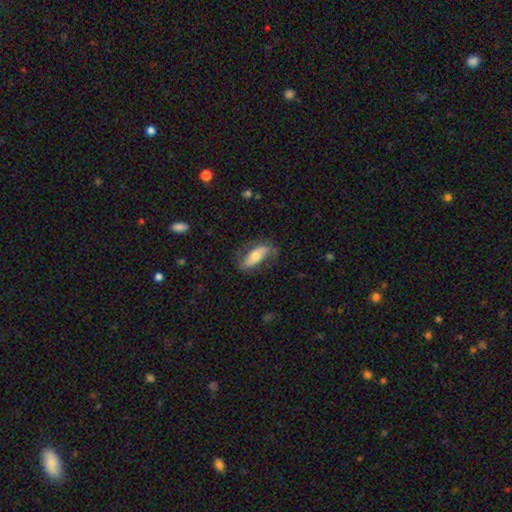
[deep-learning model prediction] smooth_or_featured: featured or disk (p=0.48) [alt: smooth p=0.45]
merging: none (p=0.67) [alt: minor disturbance p=0.21]